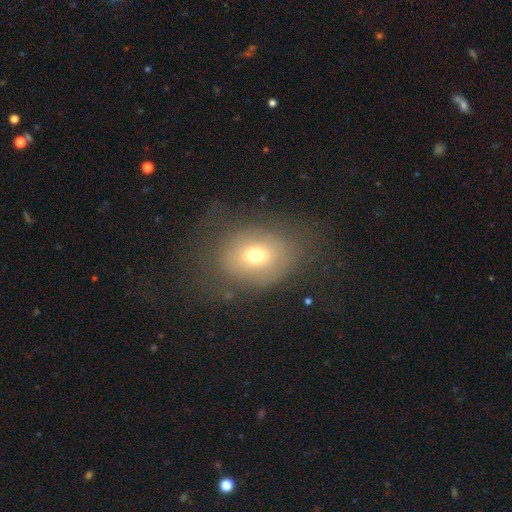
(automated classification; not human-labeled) The model was most divided on "how rounded": in between: 56%, round: 43%, cigar-shaped: 1%. More confident: smooth or featured — smooth (66%); merging — none (65%).